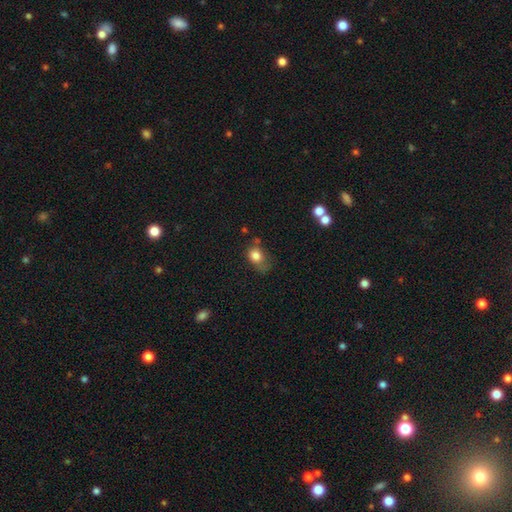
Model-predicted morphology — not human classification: smooth 81%, star or artifact 10%, featured or disk 9%. Down the decision tree: how rounded — round (51%); merging — none (39%).